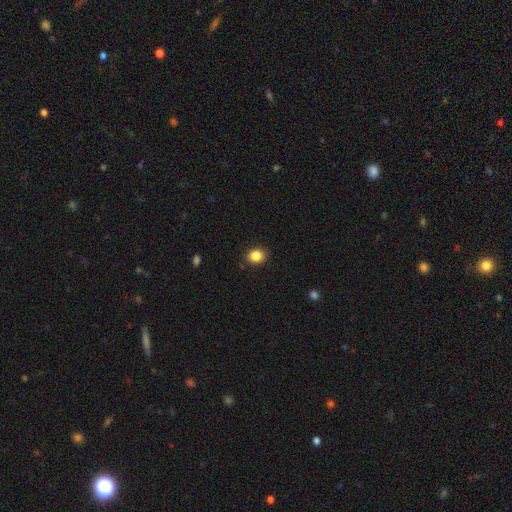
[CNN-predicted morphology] Smooth or featured?
  - smooth: 86% *
  - star or artifact: 10%
  - featured or disk: 4%
How rounded?
  - round: 68% *
  - in between: 31%
  - cigar-shaped: 1%
Merging?
  - none: 86% *
  - minor disturbance: 10%
  - major disturbance: 2%
  - merger: 1%